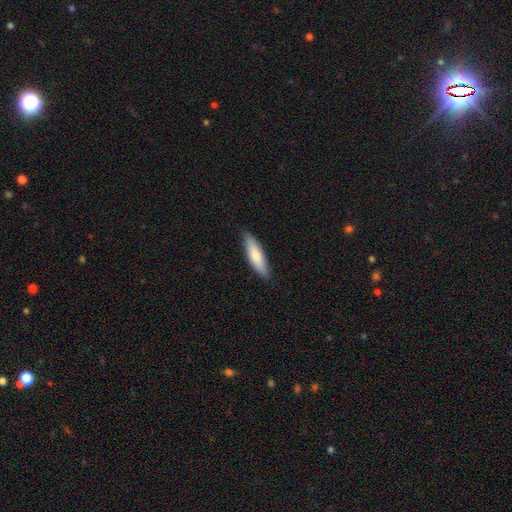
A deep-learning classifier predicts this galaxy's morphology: Q: Smooth or featured?
A: smooth (78%); runner-up: featured or disk (17%)
Q: How rounded?
A: cigar-shaped (68%); runner-up: in between (31%)
Q: Merging?
A: none (87%); runner-up: minor disturbance (10%)